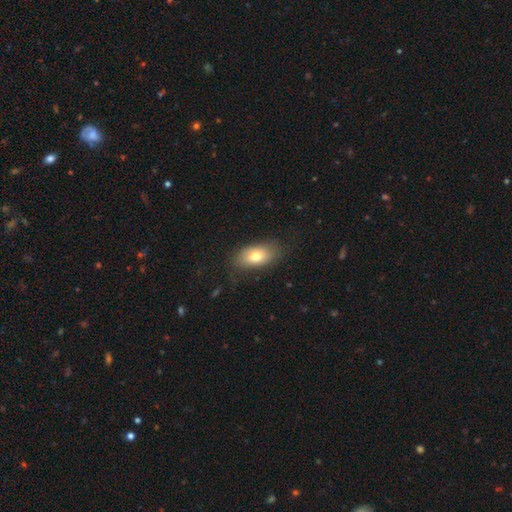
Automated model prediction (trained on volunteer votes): Smooth or featured? smooth (74%)
How rounded? in between (89%)
Merging? none (76%)